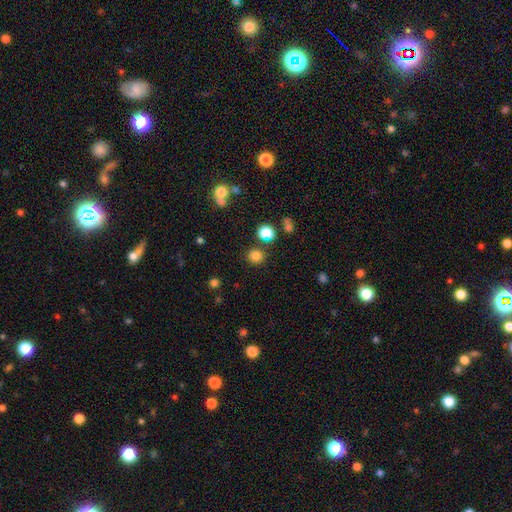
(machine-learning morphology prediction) Overall: smooth (80%). How rounded: round (89%). Merging: none (83%).